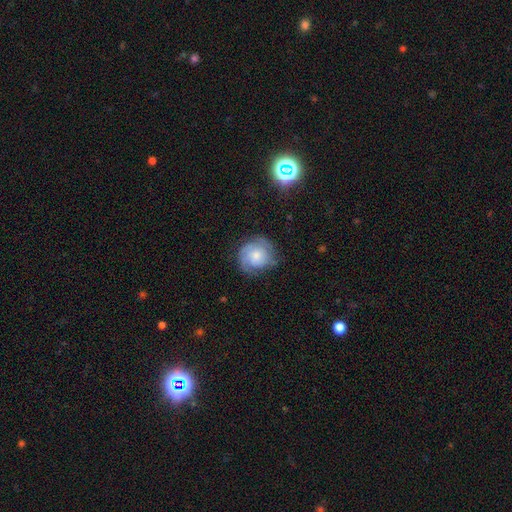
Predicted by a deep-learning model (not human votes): This is likely a featured or disk galaxy (61%). It is clearly not viewed edge-on (98%). Bar: likely no (77%). Spiral arm pattern: clearly yes (90%). Spiral arm count: marginally can't tell (32%). Spiral winding: likely tight (60%). Central bulge: marginally small (43%). Merging: likely none (70%).